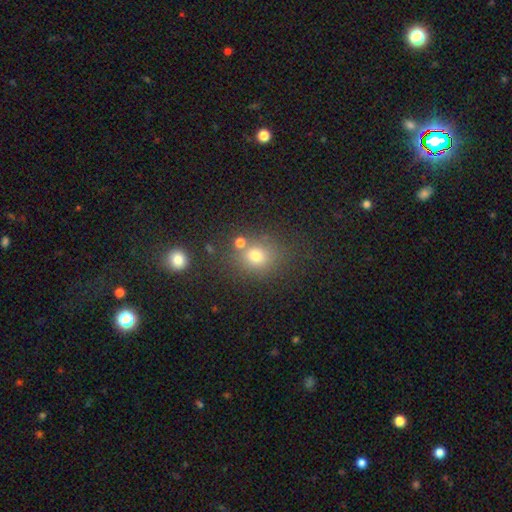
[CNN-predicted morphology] A smooth galaxy with no disk features (73%) that is round (70%). Merging: none (70%).